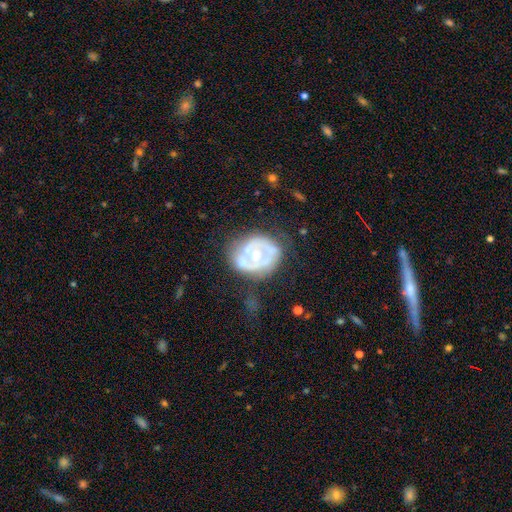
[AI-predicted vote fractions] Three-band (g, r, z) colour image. It shows a featured or disk galaxy (71%) with no bar (75%), no spiral arms (69%) and a moderate central bulge (76%). Merging: none (58%).